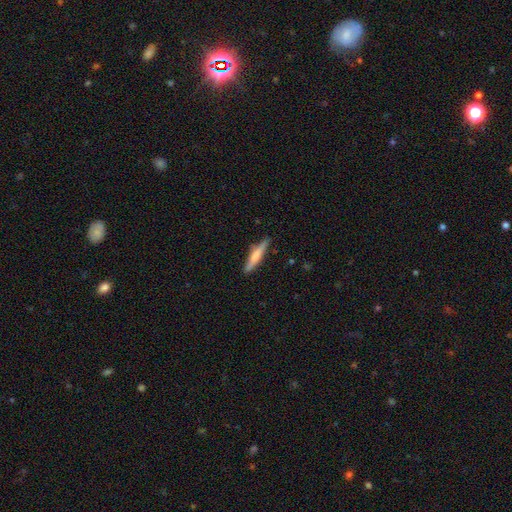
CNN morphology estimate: Smooth or featured? smooth (54%)
How rounded? cigar-shaped (90%)
Merging? none (86%)